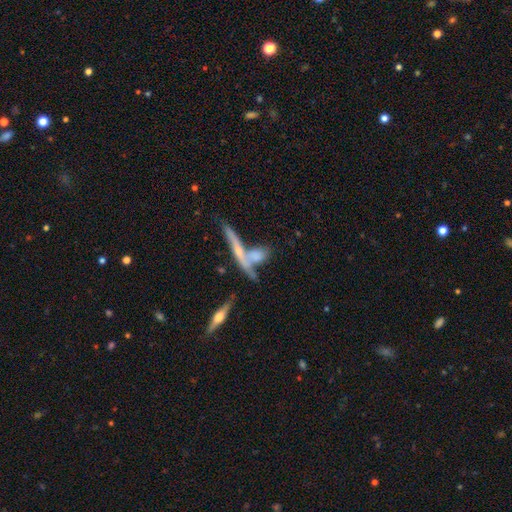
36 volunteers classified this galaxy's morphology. Overall: smooth (61%; featured or disk 36%). How rounded: in between (45%; cigar-shaped 41%). Merging: merger (63%).